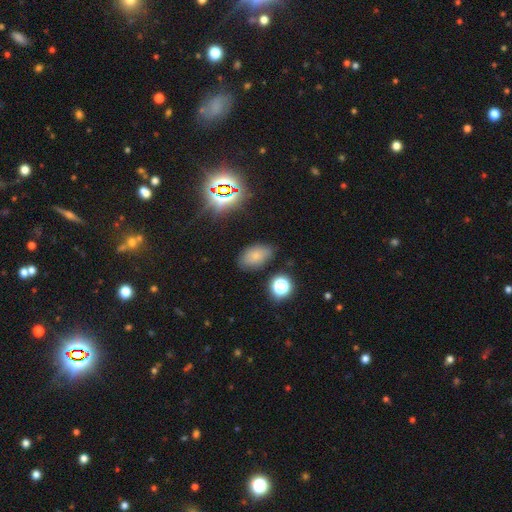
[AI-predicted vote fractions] A smooth galaxy with no disk features (68%) that is in between round and cigar-shaped (88%). Merging: none (76%).